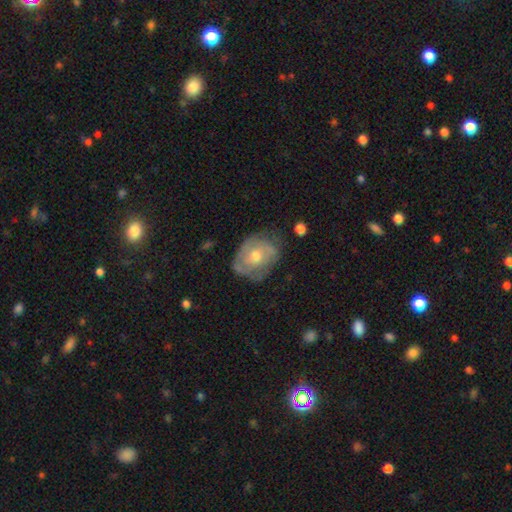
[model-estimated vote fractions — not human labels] A featured or disk galaxy (55%) with no bar (83%), spiral arms (51%) and a moderate central bulge (67%).

Vote fractions:
- Smooth or featured? featured or disk: 55% / smooth: 39% / star or artifact: 7%
- Edge-on disk? no: 96% / yes: 4%
- Bar? no: 83% / weak: 14% / strong: 3%
- Spiral arms? yes: 51% / no: 49%
- Bulge size? moderate: 67% / small: 27% / large: 4% / none: 1% / dominant: 1%
- Merging? none: 53% / minor disturbance: 32% / major disturbance: 13% / merger: 2%